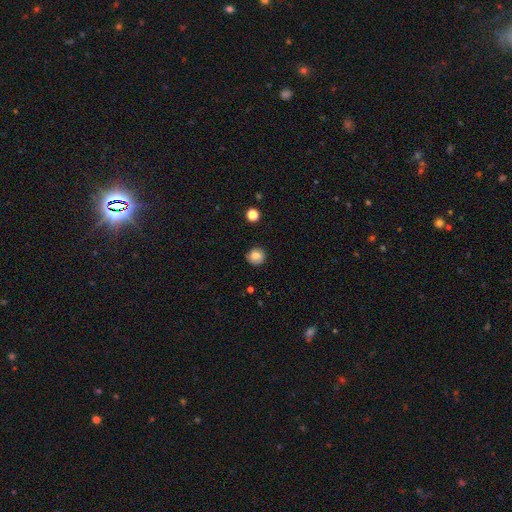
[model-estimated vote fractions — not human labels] Overall: smooth (81%). How rounded: round (89%). Merging: none (87%).